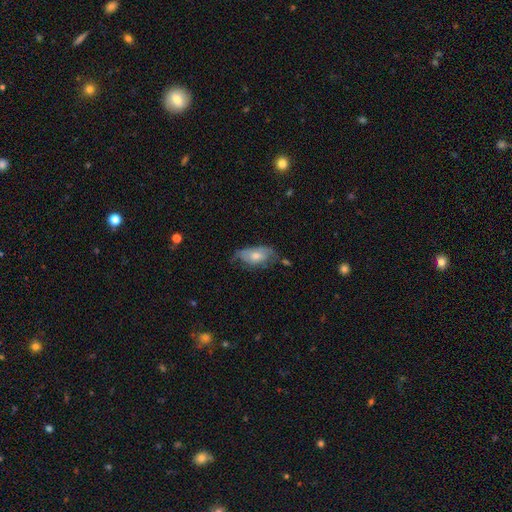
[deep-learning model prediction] Smooth or featured?
  - smooth: 47% *
  - featured or disk: 44%
  - star or artifact: 9%
Merging?
  - none: 54% *
  - minor disturbance: 32%
  - major disturbance: 11%
  - merger: 3%